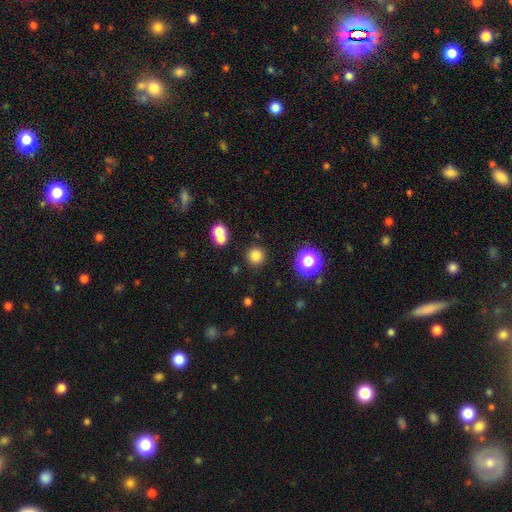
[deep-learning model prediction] Q: Smooth or featured?
A: smooth (79%); runner-up: star or artifact (16%)
Q: How rounded?
A: round (94%); runner-up: in between (5%)
Q: Merging?
A: none (85%); runner-up: minor disturbance (6%)